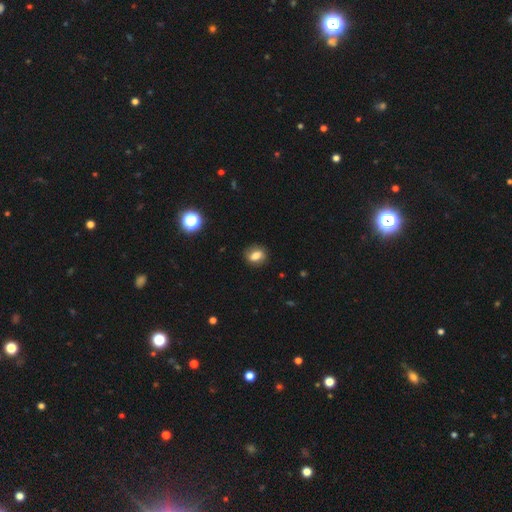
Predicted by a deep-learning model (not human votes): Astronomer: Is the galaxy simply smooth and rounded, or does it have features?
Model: smooth — 72%.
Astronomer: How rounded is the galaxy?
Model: in between — 57% (runner-up: round, 41%).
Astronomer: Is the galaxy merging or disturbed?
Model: none — 83%.